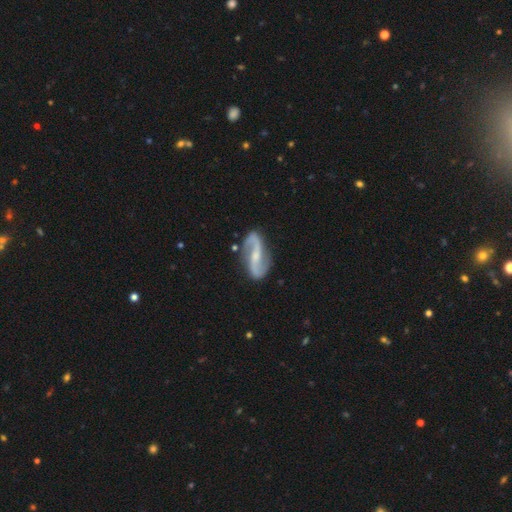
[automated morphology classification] Smooth or featured: featured or disk — 90% (smooth — 6%)
Edge-on disk: no — 96% (yes — 4%)
Bar: weak — 37% (strong — 34%)
Spiral arms: yes — 97% (no — 3%)
Spiral winding: loose — 59% (medium — 31%)
Spiral arm count: 2 — 94% (can't tell — 2%)
Bulge size: small — 57% (moderate — 31%)
Merging: none — 82% (minor disturbance — 12%)